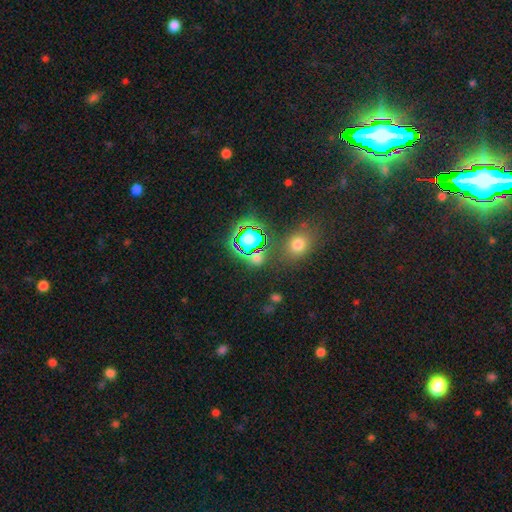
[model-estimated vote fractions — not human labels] star or artifact 64%, smooth 27%, featured or disk 9%.